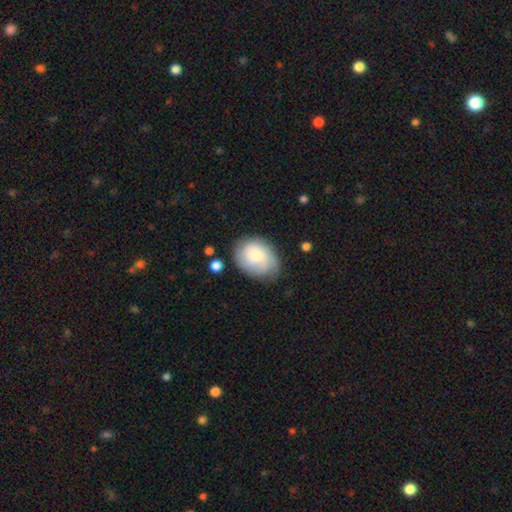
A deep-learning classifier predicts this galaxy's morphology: smooth-or-featured: smooth: 64% | featured or disk: 29% | star or artifact: 7%
  how-rounded: in between: 57% | round: 42% | cigar-shaped: 1%
  merging: none: 62% | minor disturbance: 27% | major disturbance: 8% | merger: 3%